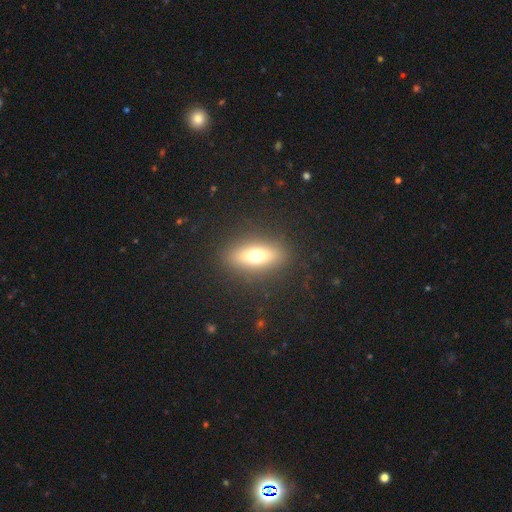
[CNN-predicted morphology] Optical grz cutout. It shows a smooth galaxy with no disk features (60%) that is in between round and cigar-shaped (64%). Merging: none (87%).